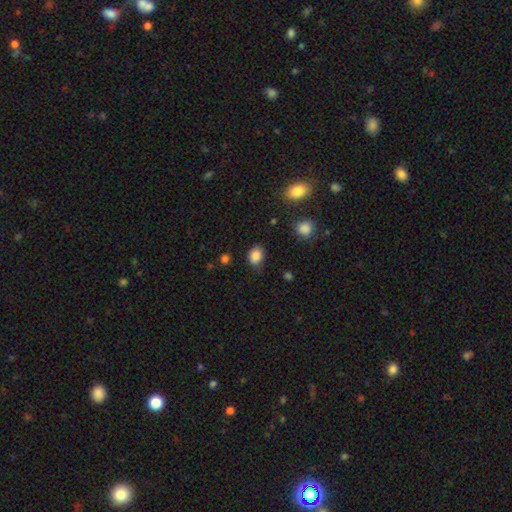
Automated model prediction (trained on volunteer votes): Smooth or featured?
  - smooth: 85% *
  - star or artifact: 10%
  - featured or disk: 5%
How rounded?
  - in between: 52% *
  - round: 47%
  - cigar-shaped: 1%
Merging?
  - none: 77% *
  - minor disturbance: 17%
  - major disturbance: 4%
  - merger: 2%